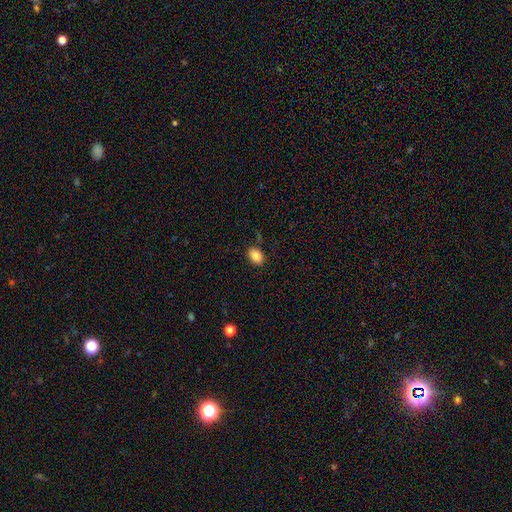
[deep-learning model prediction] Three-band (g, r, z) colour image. It shows a smooth galaxy with no disk features (86%) that is in between round and cigar-shaped (80%). Merging: none (83%).